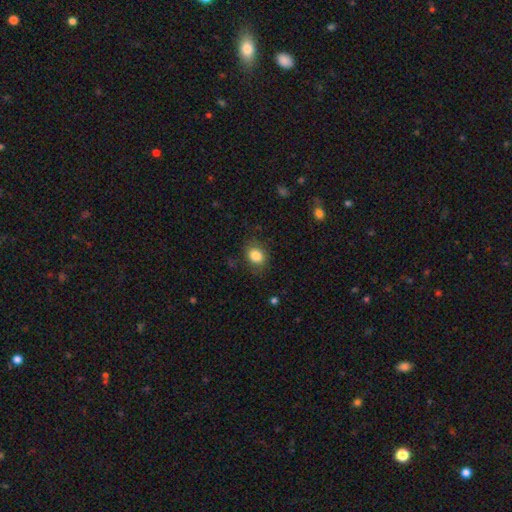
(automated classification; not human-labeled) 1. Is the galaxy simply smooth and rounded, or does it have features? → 84% smooth, 9% star or artifact, 7% featured or disk.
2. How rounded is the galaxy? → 54% in between, 45% round, 1% cigar-shaped.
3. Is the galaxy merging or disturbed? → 79% none, 15% minor disturbance, 5% major disturbance, 1% merger.